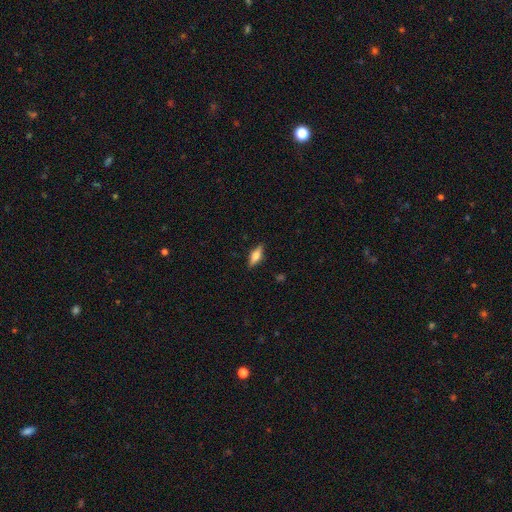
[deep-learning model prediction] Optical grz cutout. It shows a smooth galaxy with no disk features (57%) that is in between round and cigar-shaped (62%). Merging: none (86%).